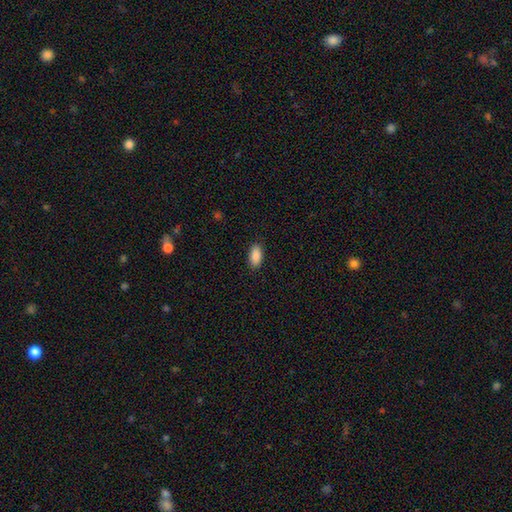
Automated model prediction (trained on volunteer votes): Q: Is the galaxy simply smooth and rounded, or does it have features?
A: smooth — 90%.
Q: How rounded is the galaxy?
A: in between — 93%.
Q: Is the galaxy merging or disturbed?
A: none — 88%.